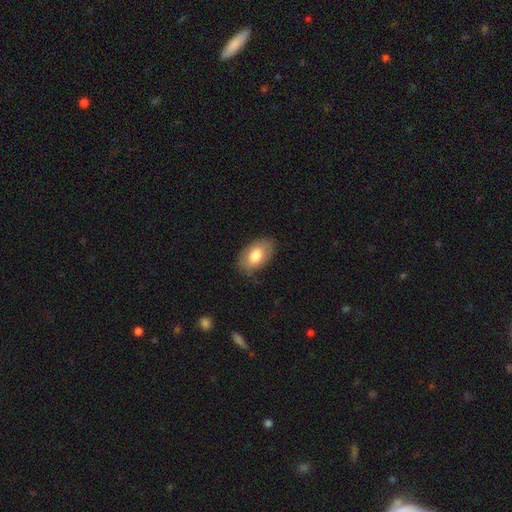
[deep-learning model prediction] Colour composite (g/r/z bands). It shows a smooth galaxy with no disk features (76%) that is in between round and cigar-shaped (92%). Merging: none (81%).